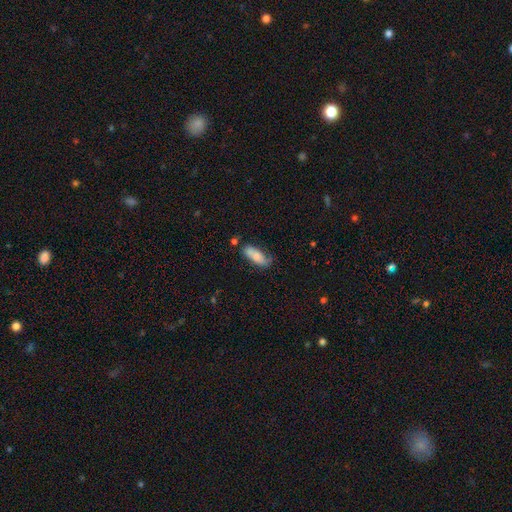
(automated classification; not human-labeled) Overall: smooth (70%). How rounded: in between (75%). Merging: none (59%; minor disturbance 28%).